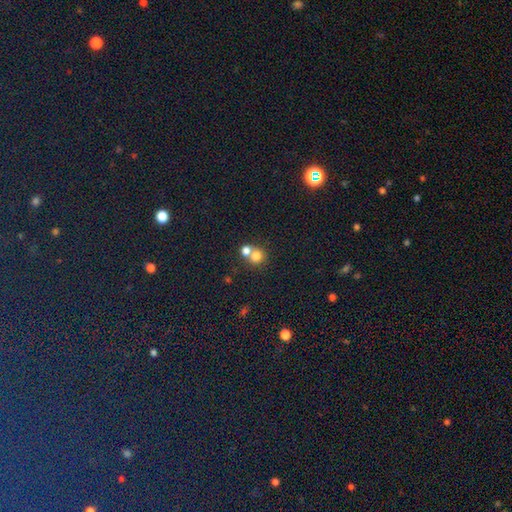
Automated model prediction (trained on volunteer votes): Q: Smooth or featured?
A: smooth (76%); runner-up: star or artifact (14%)
Q: How rounded?
A: round (84%); runner-up: in between (15%)
Q: Merging?
A: merger (50%); runner-up: none (41%)